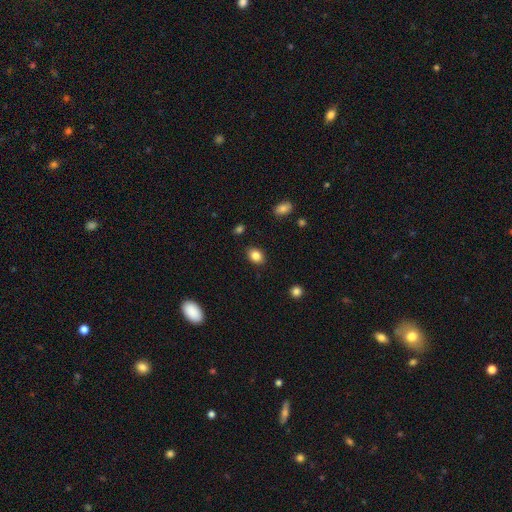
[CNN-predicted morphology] A smooth galaxy with no disk features (85%) that is in between round and cigar-shaped (67%).

Vote fractions:
- Smooth or featured? smooth: 85% / star or artifact: 10% / featured or disk: 5%
- How rounded? in between: 67% / round: 32% / cigar-shaped: 1%
- Merging? none: 87% / minor disturbance: 9% / major disturbance: 2% / merger: 1%